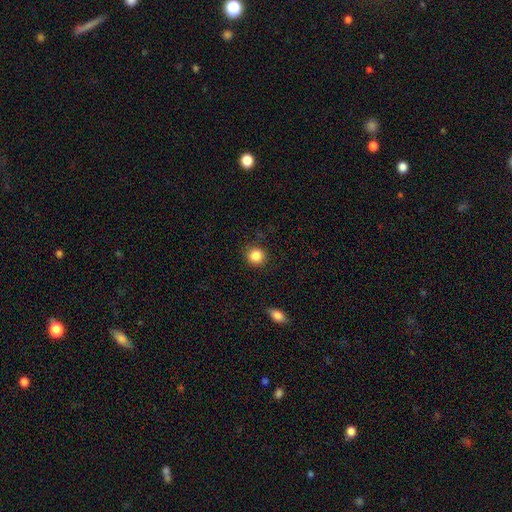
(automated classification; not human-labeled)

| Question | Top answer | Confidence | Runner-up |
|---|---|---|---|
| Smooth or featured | smooth | 86% | star or artifact (10%) |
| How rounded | round | 92% | in between (7%) |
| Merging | none | 89% | minor disturbance (8%) |